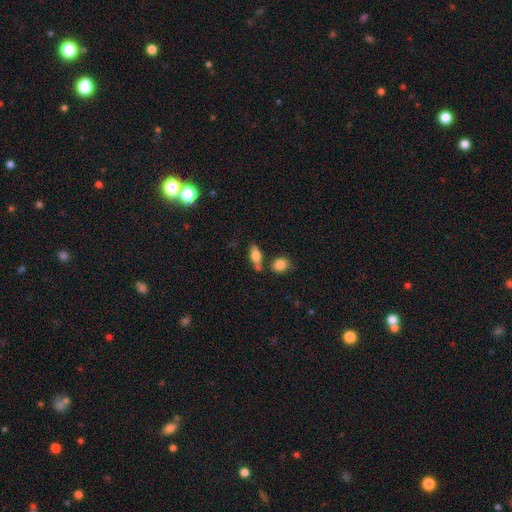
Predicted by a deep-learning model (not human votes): A smooth galaxy with no disk features (72%) that is in between round and cigar-shaped (74%).

Vote fractions:
- Smooth or featured? smooth: 72% / featured or disk: 20% / star or artifact: 8%
- How rounded? in between: 74% / cigar-shaped: 20% / round: 6%
- Merging? none: 61% / merger: 19% / minor disturbance: 15% / major disturbance: 5%